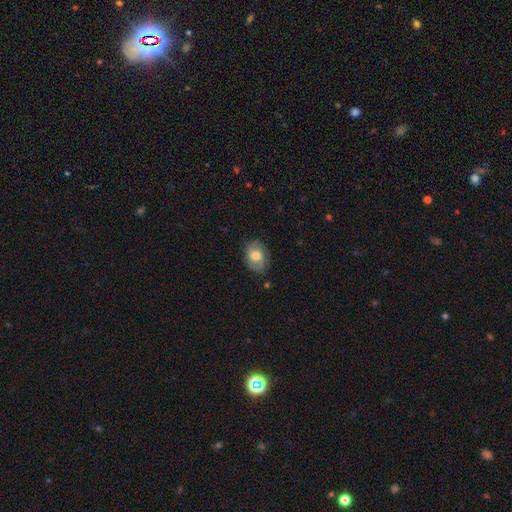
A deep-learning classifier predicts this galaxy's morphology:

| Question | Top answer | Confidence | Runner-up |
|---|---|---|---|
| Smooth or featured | smooth | 57% | featured or disk (35%) |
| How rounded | in between | 64% | round (35%) |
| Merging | none | 78% | minor disturbance (16%) |